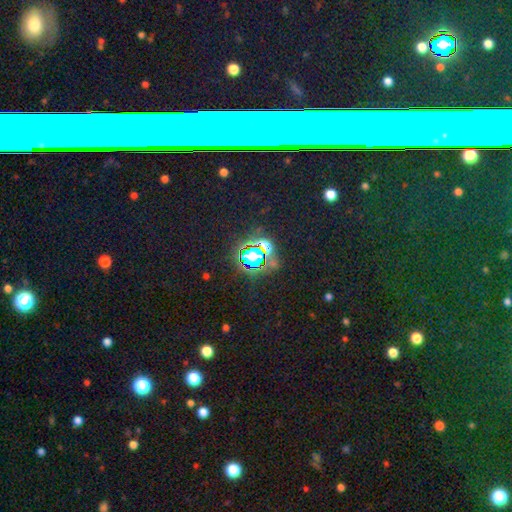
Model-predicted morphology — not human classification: Smooth or featured? star or artifact (69%)